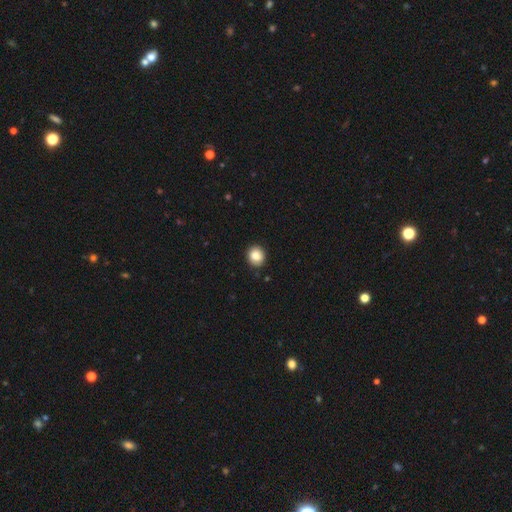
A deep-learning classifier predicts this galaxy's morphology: Smooth or featured?
  - smooth: 85% *
  - star or artifact: 9%
  - featured or disk: 6%
How rounded?
  - round: 81% *
  - in between: 18%
  - cigar-shaped: 1%
Merging?
  - none: 90% *
  - minor disturbance: 7%
  - major disturbance: 2%
  - merger: 1%